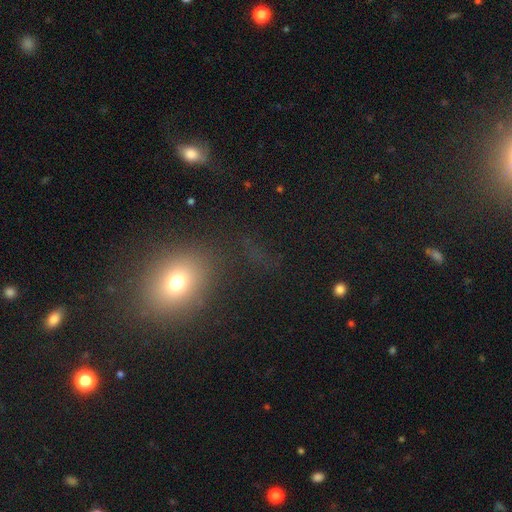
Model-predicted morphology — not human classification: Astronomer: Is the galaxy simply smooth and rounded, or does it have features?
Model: smooth — 56% (runner-up: star or artifact, 33%).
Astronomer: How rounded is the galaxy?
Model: round — 54% (runner-up: in between, 43%).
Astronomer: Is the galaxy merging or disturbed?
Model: none — 71%.